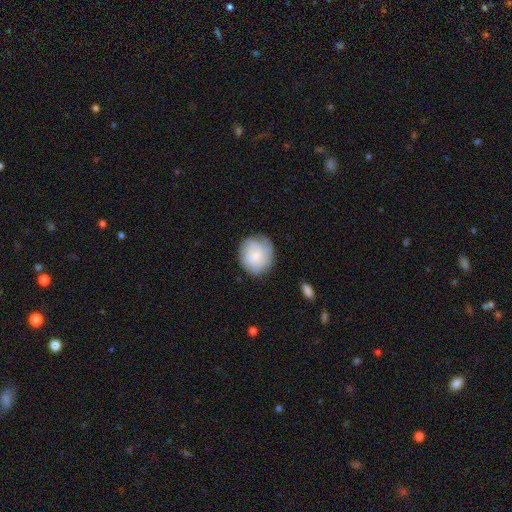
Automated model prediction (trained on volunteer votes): This appears to be a smooth galaxy with no disk features (71%) that is round (84%). Merging: none (73%).